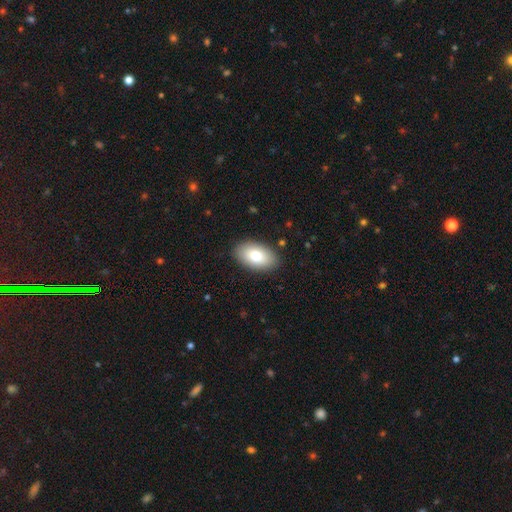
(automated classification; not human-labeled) smooth 78%, featured or disk 15%, star or artifact 7%. Down the decision tree: how rounded — in between (94%); merging — none (88%).